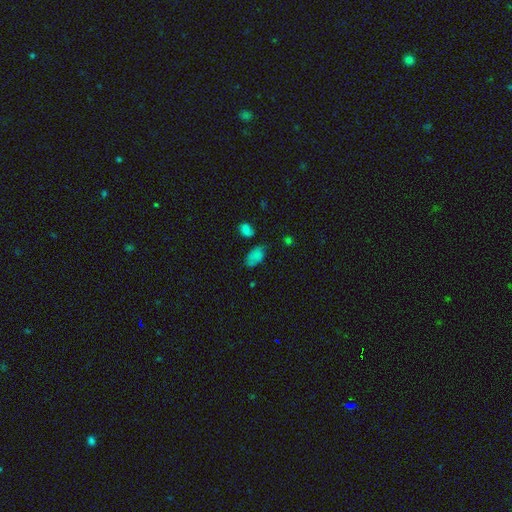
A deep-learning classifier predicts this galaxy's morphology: A smooth galaxy with no disk features (74%) that is in between round and cigar-shaped (91%).

Vote fractions:
- Smooth or featured? smooth: 74% / star or artifact: 16% / featured or disk: 11%
- How rounded? in between: 91% / round: 7% / cigar-shaped: 2%
- Merging? none: 51% / minor disturbance: 31% / major disturbance: 11% / merger: 7%